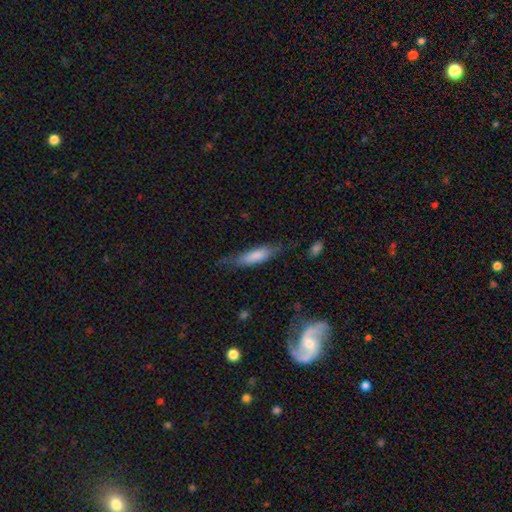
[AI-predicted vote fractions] Smooth or featured? smooth (75%)
How rounded? cigar-shaped (64%)
Merging? none (66%)